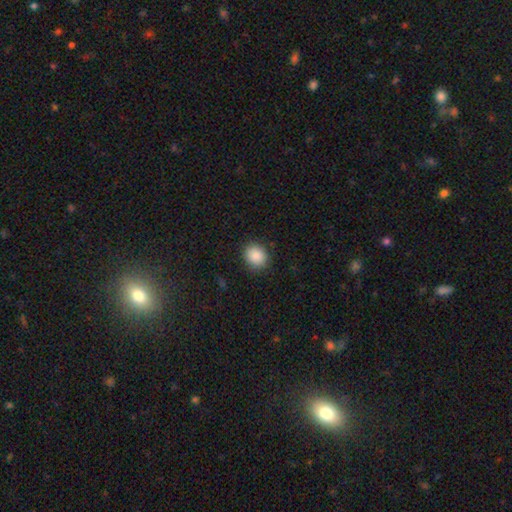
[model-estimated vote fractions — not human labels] Smooth or featured: smooth — 89% (star or artifact — 8%)
How rounded: round — 68% (in between — 31%)
Merging: none — 88% (minor disturbance — 9%)